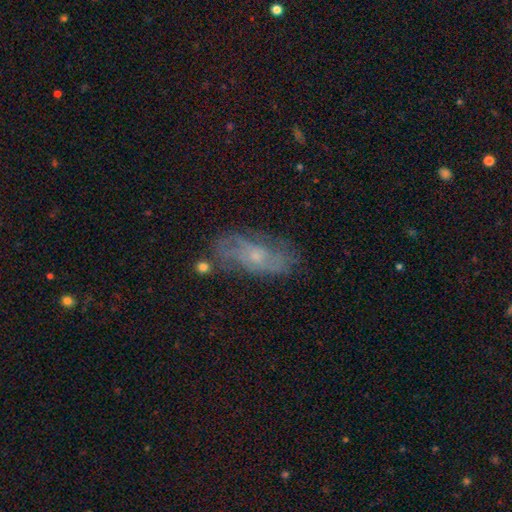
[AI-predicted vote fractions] This appears to be a featured or disk galaxy (68%) with no bar (73%), medium (41%) spiral arms (81%) and a small central bulge (69%). Merging: none (61%).